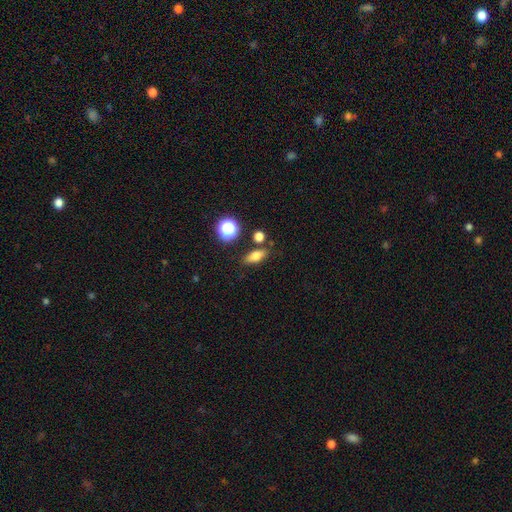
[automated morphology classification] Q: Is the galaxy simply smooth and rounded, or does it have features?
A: smooth — 71%.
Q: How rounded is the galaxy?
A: in between — 63%.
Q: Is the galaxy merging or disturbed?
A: none — 80%.